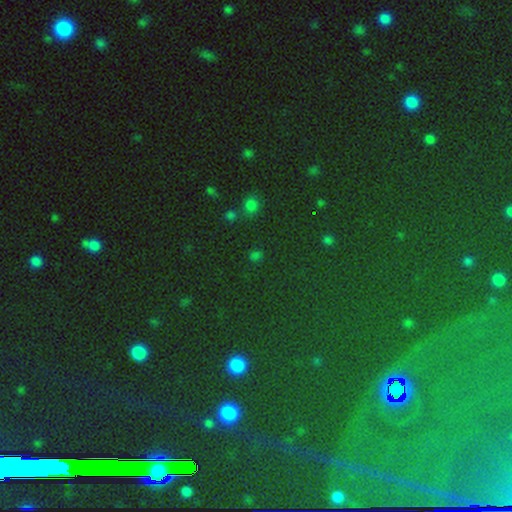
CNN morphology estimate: Q: Smooth or featured?
A: star or artifact (50%); runner-up: smooth (42%)